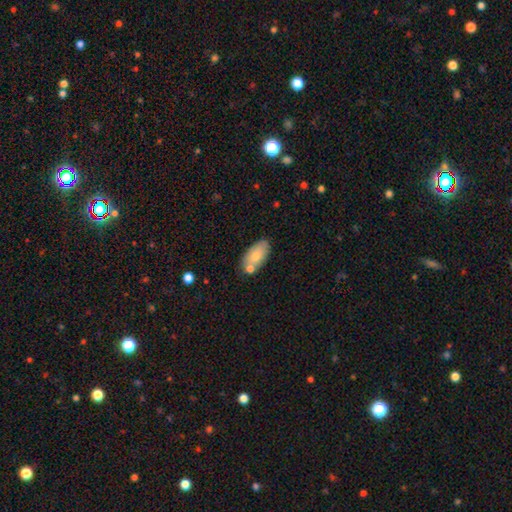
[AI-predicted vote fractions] A smooth galaxy with no disk features (75%) that is in between round and cigar-shaped (93%).

Vote fractions:
- Smooth or featured? smooth: 75% / featured or disk: 18% / star or artifact: 7%
- How rounded? in between: 93% / cigar-shaped: 4% / round: 3%
- Merging? none: 64% / minor disturbance: 17% / merger: 15% / major disturbance: 4%